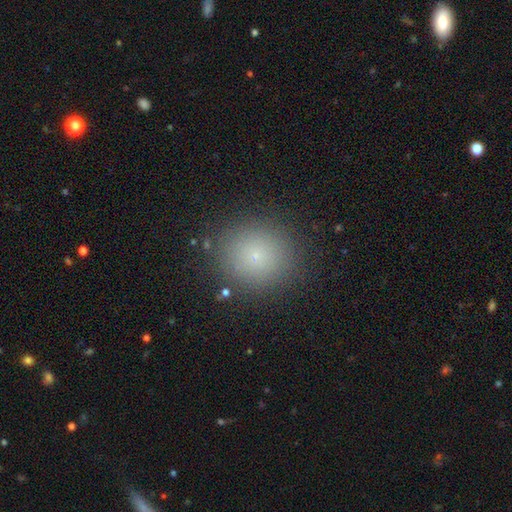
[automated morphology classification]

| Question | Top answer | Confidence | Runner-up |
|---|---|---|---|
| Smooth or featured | smooth | 74% | star or artifact (17%) |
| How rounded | round | 86% | in between (13%) |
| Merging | none | 88% | minor disturbance (8%) |